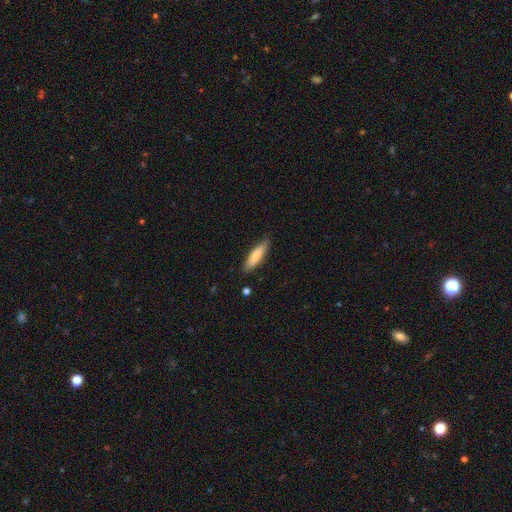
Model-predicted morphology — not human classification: Q: Smooth or featured?
A: smooth (75%); runner-up: featured or disk (19%)
Q: How rounded?
A: cigar-shaped (66%); runner-up: in between (33%)
Q: Merging?
A: none (84%); runner-up: minor disturbance (13%)